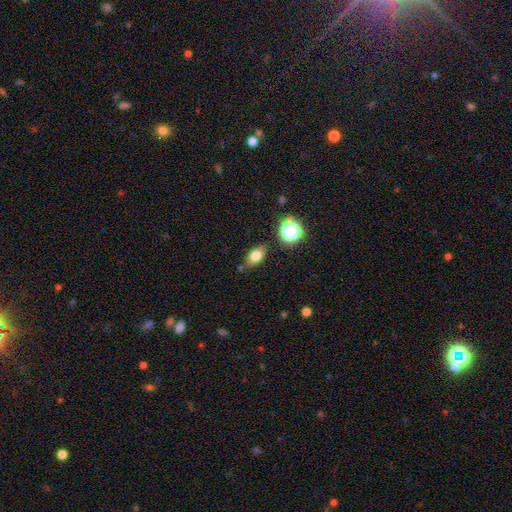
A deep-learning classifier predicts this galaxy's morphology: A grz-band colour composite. It shows a smooth galaxy with no disk features (76%) that is in between round and cigar-shaped (81%). Merging: none (78%).